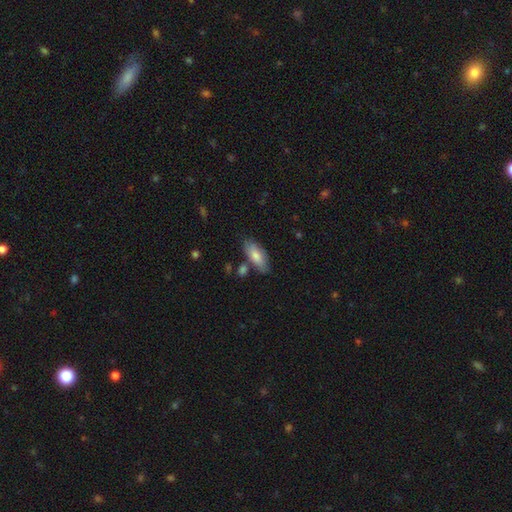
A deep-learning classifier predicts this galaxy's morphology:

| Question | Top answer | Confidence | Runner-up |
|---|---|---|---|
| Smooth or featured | smooth | 77% | featured or disk (17%) |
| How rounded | in between | 81% | cigar-shaped (16%) |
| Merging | none | 73% | minor disturbance (16%) |